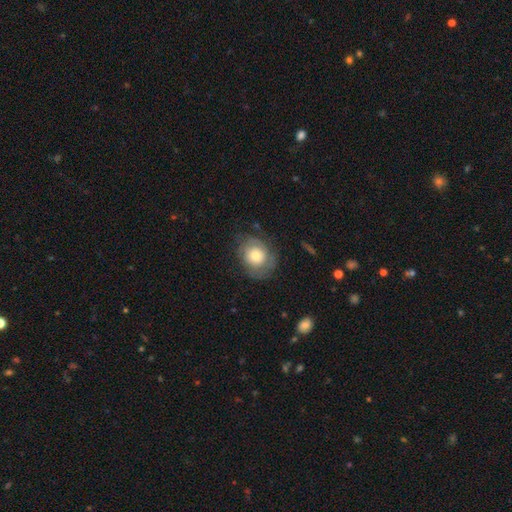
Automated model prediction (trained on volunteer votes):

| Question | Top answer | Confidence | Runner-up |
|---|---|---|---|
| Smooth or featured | smooth | 49% | featured or disk (43%) |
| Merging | none | 65% | minor disturbance (22%) |